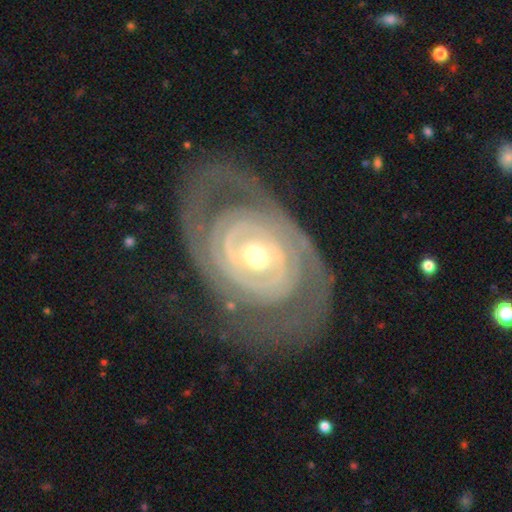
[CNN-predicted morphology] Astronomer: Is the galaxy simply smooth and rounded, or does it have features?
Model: featured or disk — 88%.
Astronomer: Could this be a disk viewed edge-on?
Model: no — 96%.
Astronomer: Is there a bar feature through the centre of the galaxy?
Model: no — 70%.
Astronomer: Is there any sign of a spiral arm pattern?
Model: yes — 90%.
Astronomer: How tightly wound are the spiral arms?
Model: tight — 77%.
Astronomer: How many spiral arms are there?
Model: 2 — 44% (runner-up: can't tell, 24%).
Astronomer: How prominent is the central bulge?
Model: moderate — 59%.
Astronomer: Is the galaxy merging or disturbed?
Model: none — 70%.